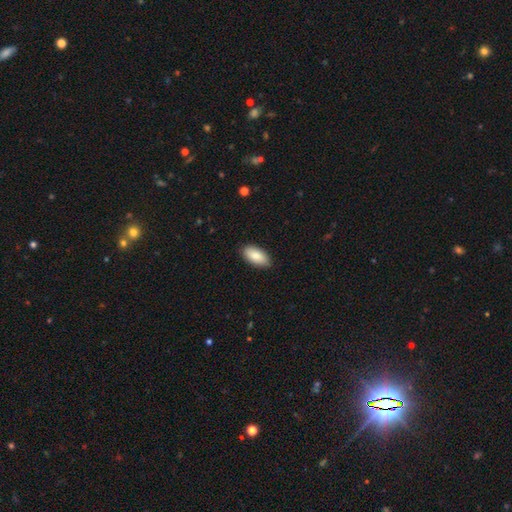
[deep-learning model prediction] smooth-or-featured: smooth: 86% | featured or disk: 8% | star or artifact: 6%
  how-rounded: in between: 94% | cigar-shaped: 4% | round: 2%
  merging: none: 86% | minor disturbance: 11% | major disturbance: 2% | merger: 1%